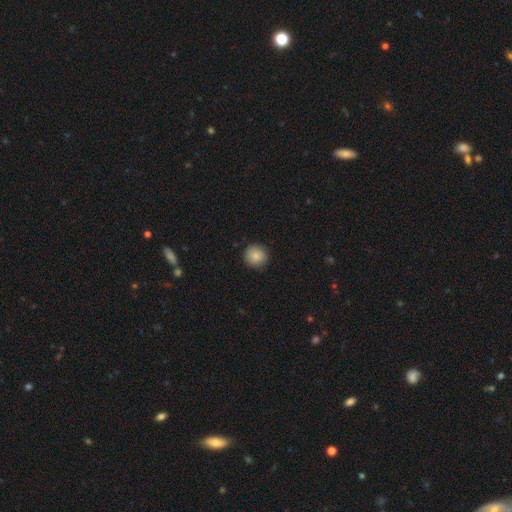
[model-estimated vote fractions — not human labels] Overall: smooth (86%). How rounded: round (93%). Merging: none (88%).